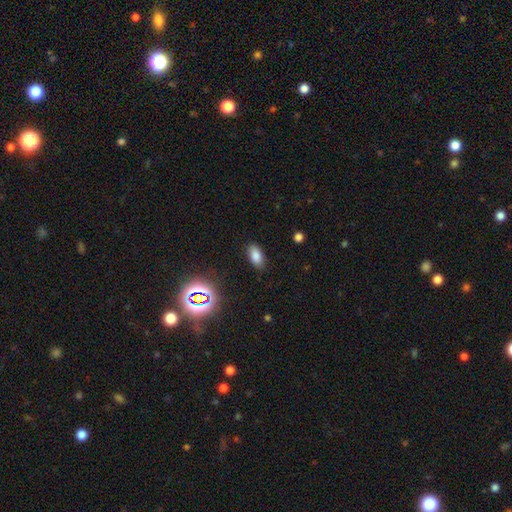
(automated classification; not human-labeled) A smooth galaxy with no disk features (80%) that is in between round and cigar-shaped (91%).

Vote fractions:
- Smooth or featured? smooth: 80% / star or artifact: 14% / featured or disk: 7%
- How rounded? in between: 91% / round: 5% / cigar-shaped: 4%
- Merging? none: 86% / minor disturbance: 10% / major disturbance: 3% / merger: 1%